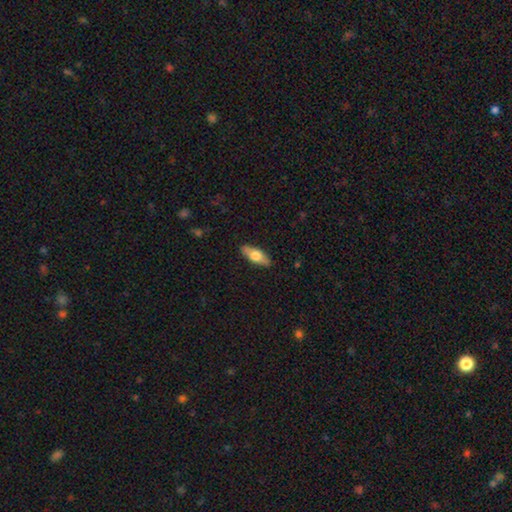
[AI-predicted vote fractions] smooth 62%, featured or disk 32%, star or artifact 6%. Down the decision tree: how rounded — in between (72%); merging — none (88%).